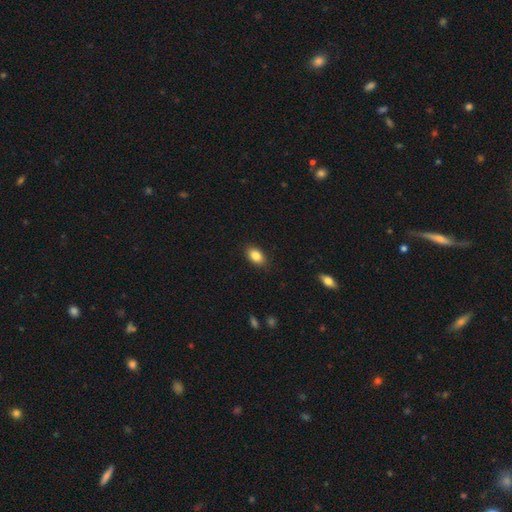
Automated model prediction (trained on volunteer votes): smooth 85%, star or artifact 8%, featured or disk 7%. Down the decision tree: how rounded — in between (89%); merging — none (87%).